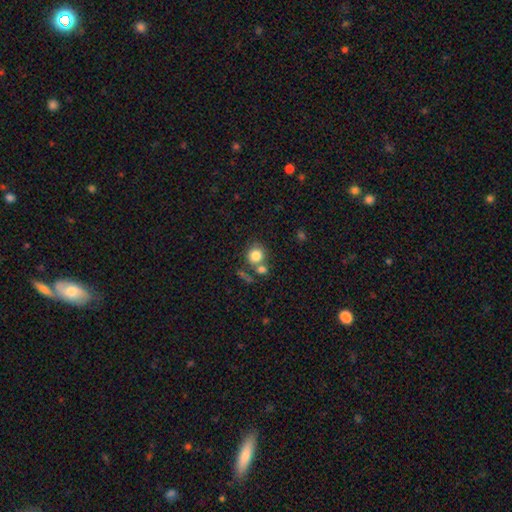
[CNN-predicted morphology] Smooth or featured? smooth (82%)
How rounded? round (85%)
Merging? none (58%)